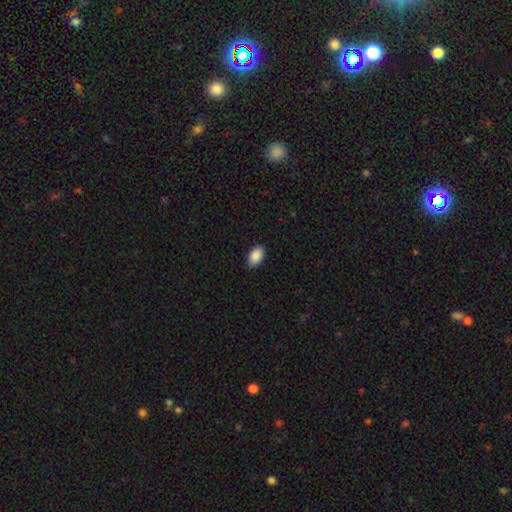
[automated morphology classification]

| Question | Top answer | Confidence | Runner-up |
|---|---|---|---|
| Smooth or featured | smooth | 90% | star or artifact (7%) |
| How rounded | in between | 93% | round (6%) |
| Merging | none | 87% | minor disturbance (10%) |